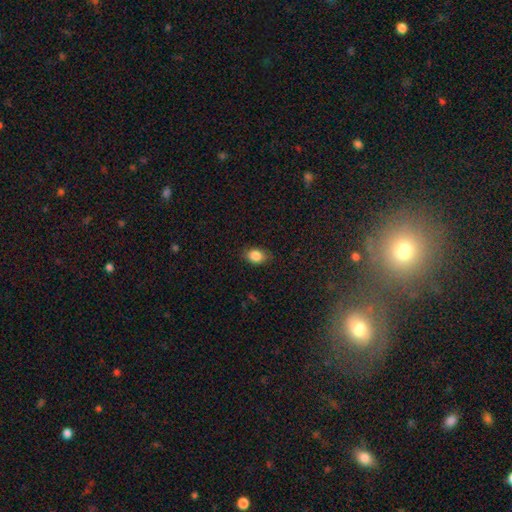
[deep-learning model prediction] This appears to be a smooth galaxy with no disk features (86%) that is in between round and cigar-shaped (74%). Merging: none (82%).